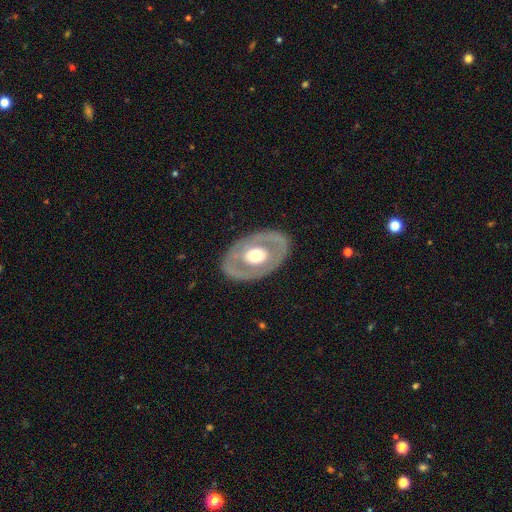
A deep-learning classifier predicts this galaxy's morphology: Smooth or featured? Predicted: featured or disk (p=0.62). Edge-on disk? Predicted: no (p=0.91). Bar? Predicted: no (p=0.86). Spiral arms? Predicted: no (p=0.87). Bulge size? Predicted: moderate (p=0.61). Merging? Predicted: none (p=0.83).